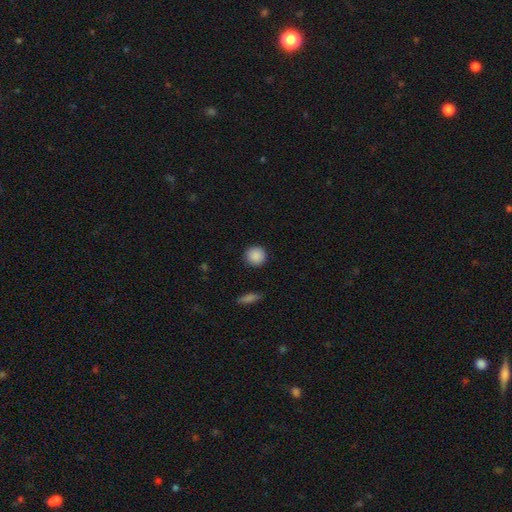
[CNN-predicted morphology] smooth-or-featured: smooth: 89% | star or artifact: 8% | featured or disk: 3%
  how-rounded: round: 93% | in between: 6% | cigar-shaped: 1%
  merging: none: 91% | minor disturbance: 5% | major disturbance: 2% | merger: 1%